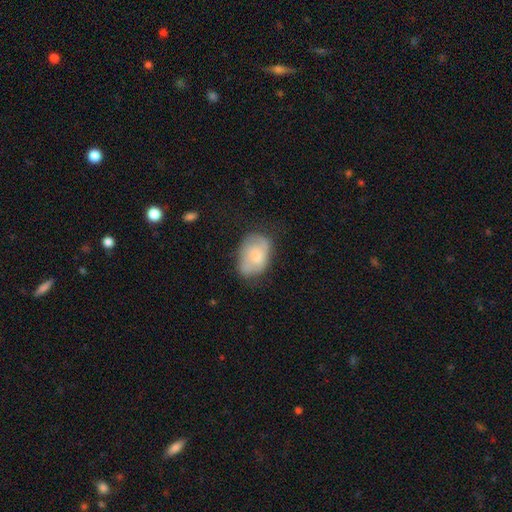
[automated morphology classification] Smooth or featured? smooth (60%)
How rounded? in between (83%)
Merging? none (58%)